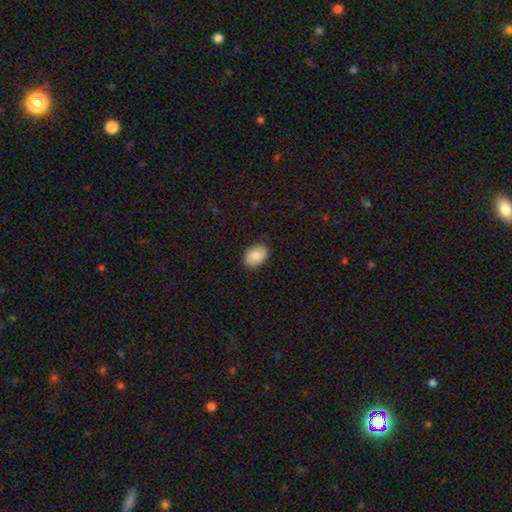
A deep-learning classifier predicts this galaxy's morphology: A smooth galaxy with no disk features (86%) that is in between round and cigar-shaped (83%). Merging: none (86%).